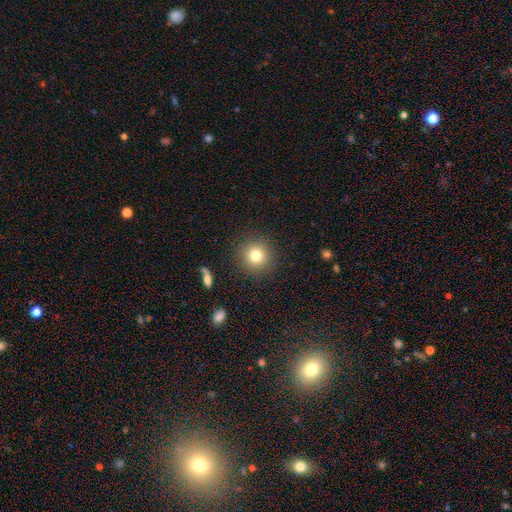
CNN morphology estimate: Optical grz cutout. It shows a smooth galaxy with no disk features (79%) that is round (94%). Merging: none (90%).